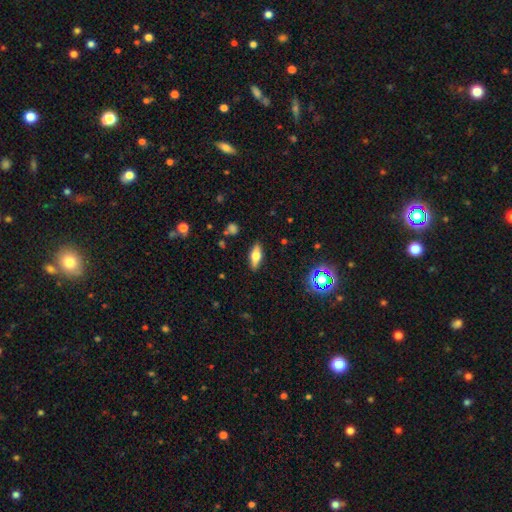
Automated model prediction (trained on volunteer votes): A smooth galaxy with no disk features (52%) that is in between round and cigar-shaped (63%).

Vote fractions:
- Smooth or featured? smooth: 52% / featured or disk: 38% / star or artifact: 10%
- How rounded? in between: 63% / cigar-shaped: 33% / round: 4%
- Merging? none: 88% / minor disturbance: 9% / major disturbance: 2% / merger: 1%